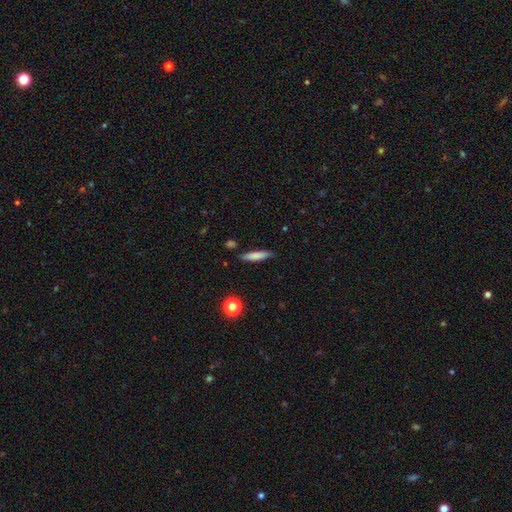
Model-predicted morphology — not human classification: The model was most divided on "smooth or featured": smooth: 76%, featured or disk: 17%, star or artifact: 7%. More confident: merging — none (85%); how rounded — cigar-shaped (85%).